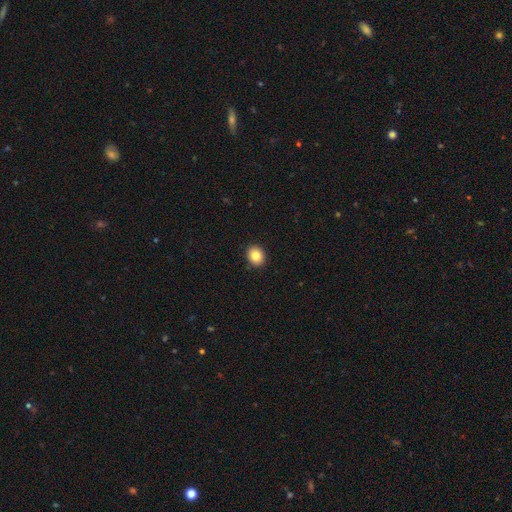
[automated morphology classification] Q: Smooth or featured?
A: smooth (84%); runner-up: star or artifact (9%)
Q: How rounded?
A: round (61%); runner-up: in between (38%)
Q: Merging?
A: none (92%); runner-up: minor disturbance (6%)